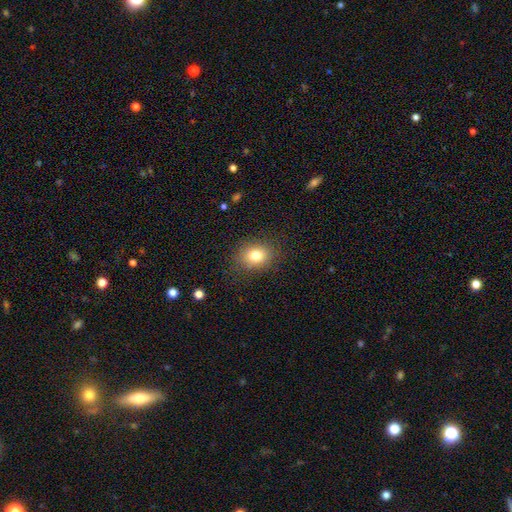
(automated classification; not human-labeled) Smooth or featured? smooth (79%)
How rounded? round (58%)
Merging? none (85%)